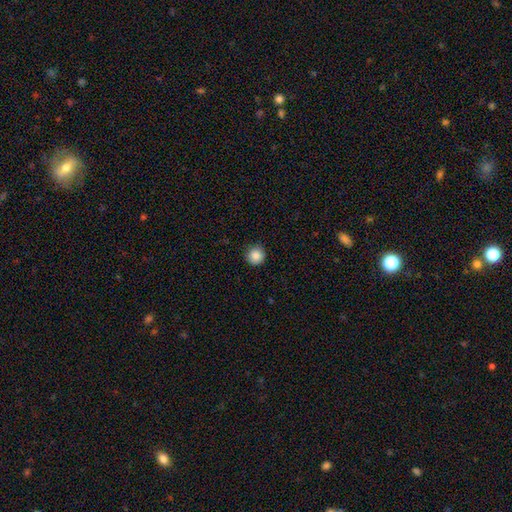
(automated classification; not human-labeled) Smooth or featured? Predicted: smooth (p=0.87). How rounded? Predicted: round (p=0.94). Merging? Predicted: none (p=0.87).